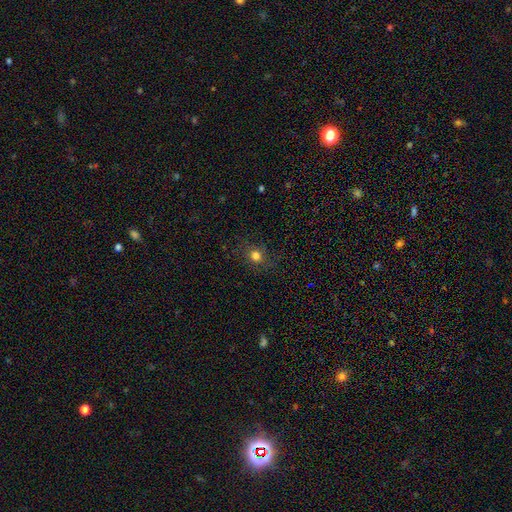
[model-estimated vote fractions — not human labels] smooth 75%, star or artifact 17%, featured or disk 8%. Down the decision tree: how rounded — round (82%); merging — none (82%).